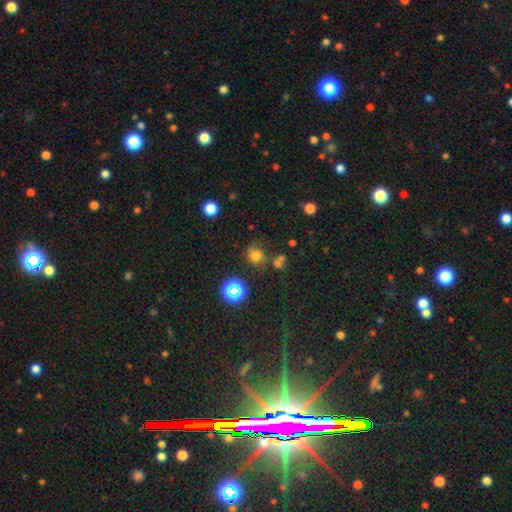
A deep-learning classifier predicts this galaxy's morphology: Smooth or featured? smooth (67%)
How rounded? round (72%)
Merging? none (61%)